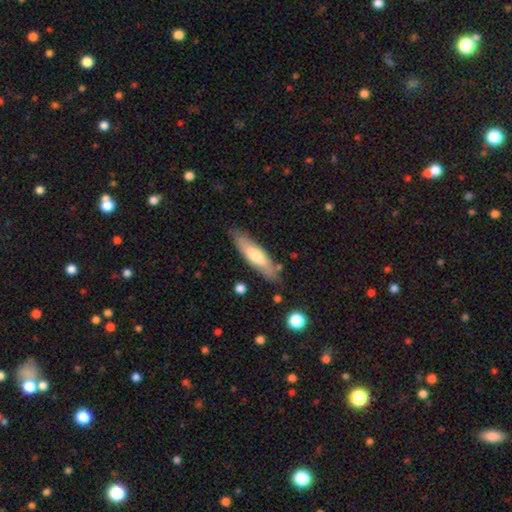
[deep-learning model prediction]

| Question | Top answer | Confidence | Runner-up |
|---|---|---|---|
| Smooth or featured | smooth | 58% | featured or disk (36%) |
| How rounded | cigar-shaped | 67% | in between (31%) |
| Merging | none | 81% | minor disturbance (14%) |